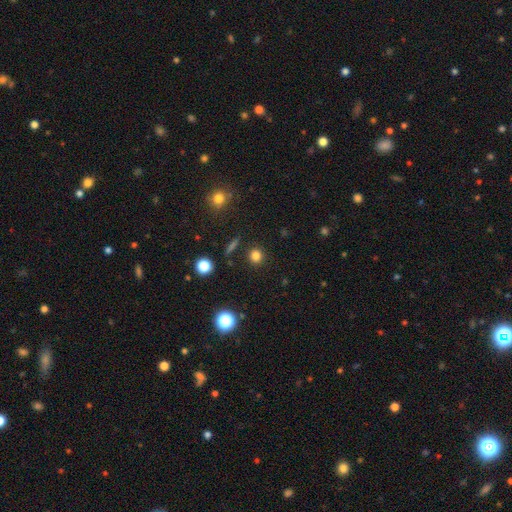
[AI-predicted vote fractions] A smooth galaxy with no disk features (81%) that is round (90%).

Vote fractions:
- Smooth or featured? smooth: 81% / star or artifact: 14% / featured or disk: 5%
- How rounded? round: 90% / in between: 9% / cigar-shaped: 1%
- Merging? none: 90% / minor disturbance: 6% / major disturbance: 2% / merger: 2%